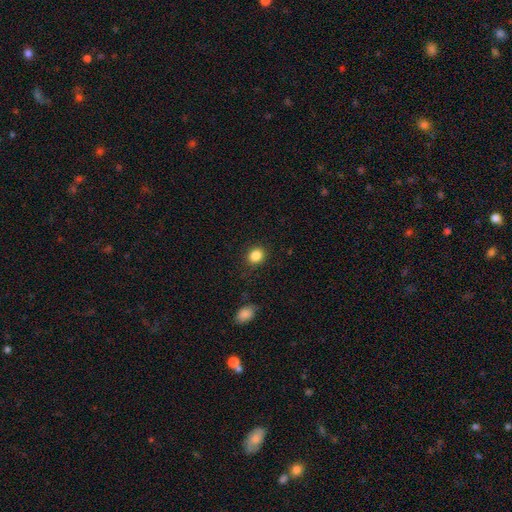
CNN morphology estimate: Q: Smooth or featured?
A: smooth (85%); runner-up: star or artifact (10%)
Q: How rounded?
A: round (74%); runner-up: in between (25%)
Q: Merging?
A: none (89%); runner-up: minor disturbance (8%)